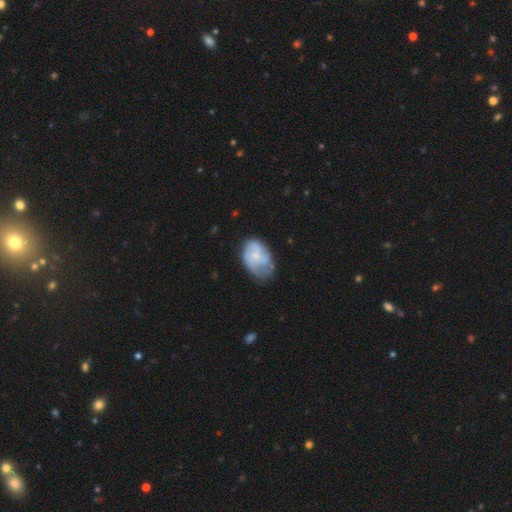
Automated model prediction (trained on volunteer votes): This appears to be a featured or disk galaxy (49%). Merging: none (47%).